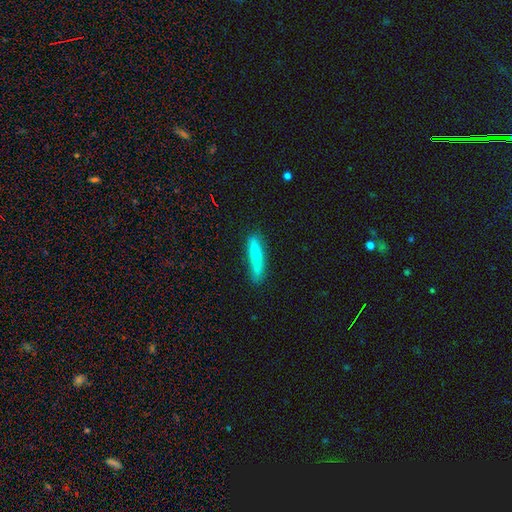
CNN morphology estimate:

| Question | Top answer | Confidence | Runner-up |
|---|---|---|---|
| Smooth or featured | smooth | 69% | featured or disk (24%) |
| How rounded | cigar-shaped | 88% | in between (10%) |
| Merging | none | 82% | minor disturbance (14%) |